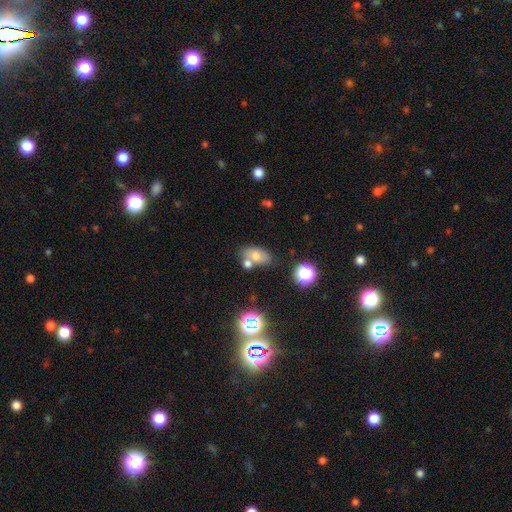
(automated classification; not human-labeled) Smooth or featured? Predicted: smooth (p=0.67). How rounded? Predicted: in between (p=0.85). Merging? Predicted: none (p=0.54).